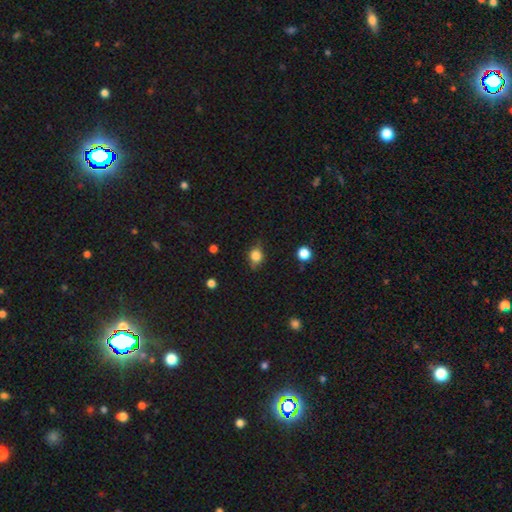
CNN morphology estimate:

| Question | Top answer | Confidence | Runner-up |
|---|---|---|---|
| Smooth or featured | smooth | 77% | featured or disk (12%) |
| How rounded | round | 59% | in between (39%) |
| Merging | none | 70% | minor disturbance (23%) |